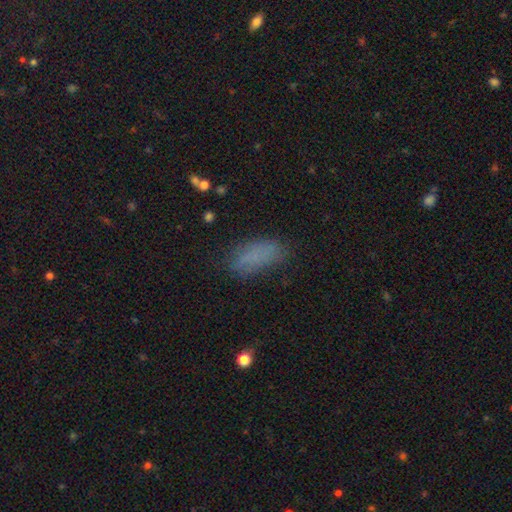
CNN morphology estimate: Smooth or featured?
  - smooth: 75% *
  - star or artifact: 14%
  - featured or disk: 12%
How rounded?
  - in between: 81% *
  - cigar-shaped: 15%
  - round: 3%
Merging?
  - none: 65% *
  - minor disturbance: 22%
  - major disturbance: 10%
  - merger: 2%